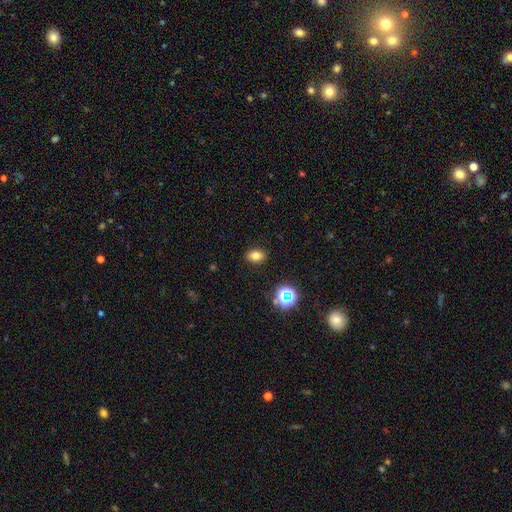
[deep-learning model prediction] Q: Smooth or featured?
A: smooth (76%); runner-up: star or artifact (16%)
Q: How rounded?
A: in between (73%); runner-up: round (26%)
Q: Merging?
A: none (87%); runner-up: minor disturbance (9%)